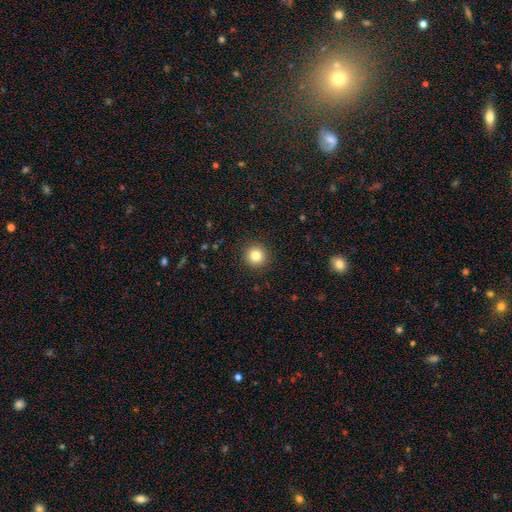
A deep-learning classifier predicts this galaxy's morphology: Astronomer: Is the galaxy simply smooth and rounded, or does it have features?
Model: smooth — 82%.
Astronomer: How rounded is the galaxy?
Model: round — 95%.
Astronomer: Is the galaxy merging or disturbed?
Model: none — 92%.